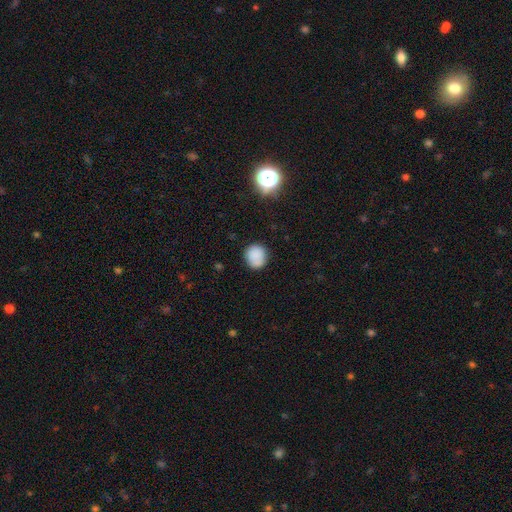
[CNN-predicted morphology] type=smooth (84%); roundness=round (82%); merging=none (82%).